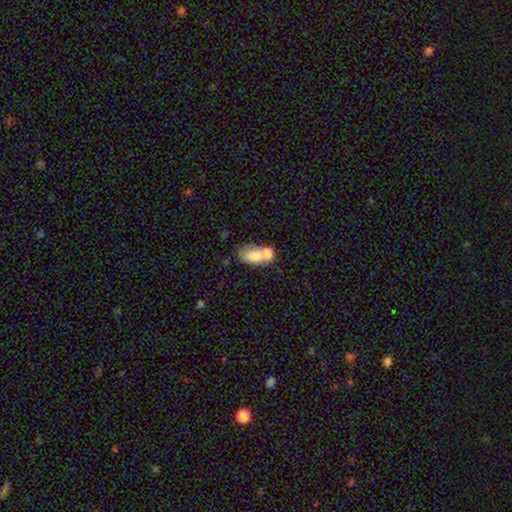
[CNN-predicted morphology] smooth-or-featured: smooth: 72% | featured or disk: 19% | star or artifact: 8%
  how-rounded: in between: 83% | round: 11% | cigar-shaped: 6%
  merging: merger: 57% | none: 24% | minor disturbance: 11% | major disturbance: 8%